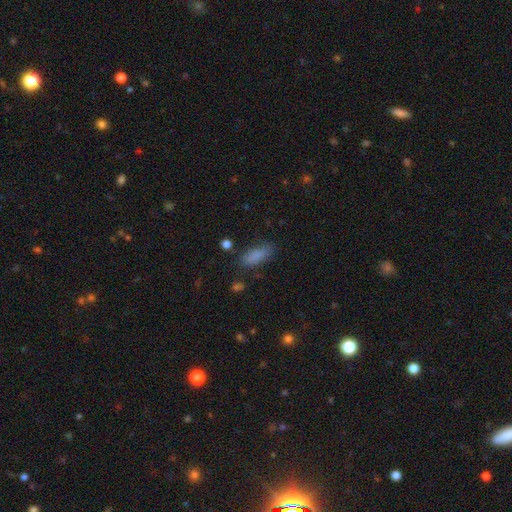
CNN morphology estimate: Smooth or featured? smooth (84%)
How rounded? in between (72%)
Merging? none (75%)